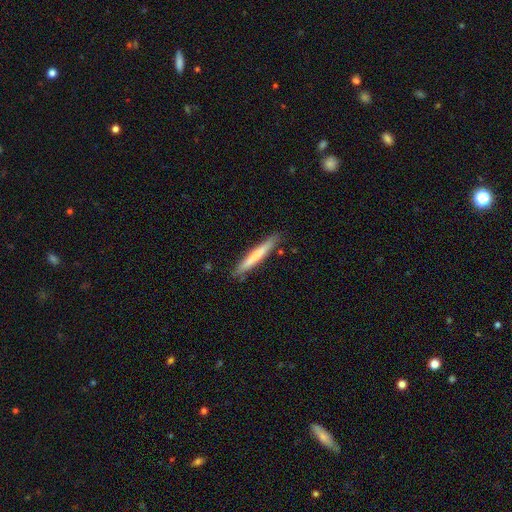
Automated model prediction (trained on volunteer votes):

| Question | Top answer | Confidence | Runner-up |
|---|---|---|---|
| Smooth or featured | smooth | 70% | featured or disk (25%) |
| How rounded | cigar-shaped | 96% | in between (3%) |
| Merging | none | 87% | minor disturbance (10%) |